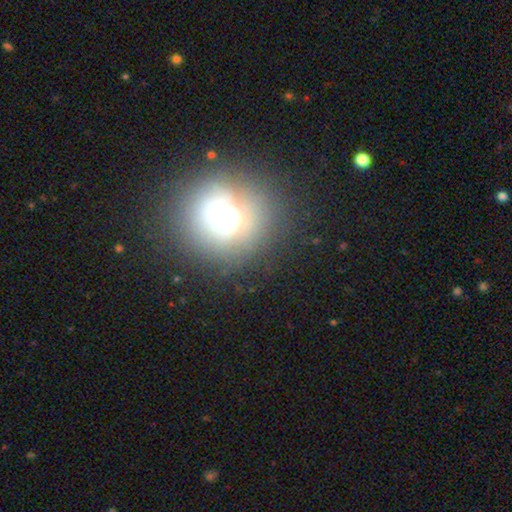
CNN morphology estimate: Smooth or featured? Predicted: smooth (p=0.55). How rounded? Predicted: round (p=0.84). Merging? Predicted: none (p=0.81).